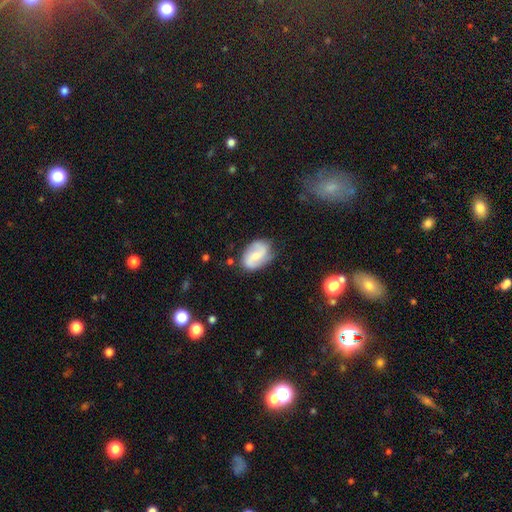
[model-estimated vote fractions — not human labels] smooth_or_featured: featured or disk (p=0.66) [alt: smooth p=0.27]
disk_edge_on: no (p=0.97) [alt: yes p=0.03]
bar: weak (p=0.46) [alt: no p=0.35]
has_spiral_arms: yes (p=0.92) [alt: no p=0.08]
spiral_winding: loose (p=0.46) [alt: medium p=0.39]
spiral_arm_count: 2 (p=0.89) [alt: can't tell p=0.05]
bulge_size: small (p=0.49) [alt: moderate p=0.37]
merging: none (p=0.76) [alt: minor disturbance p=0.18]